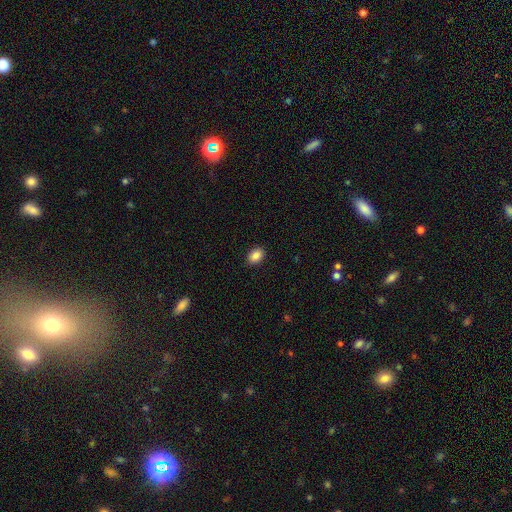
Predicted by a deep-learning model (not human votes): A smooth galaxy with no disk features (87%) that is in between round and cigar-shaped (78%). Merging: none (89%).